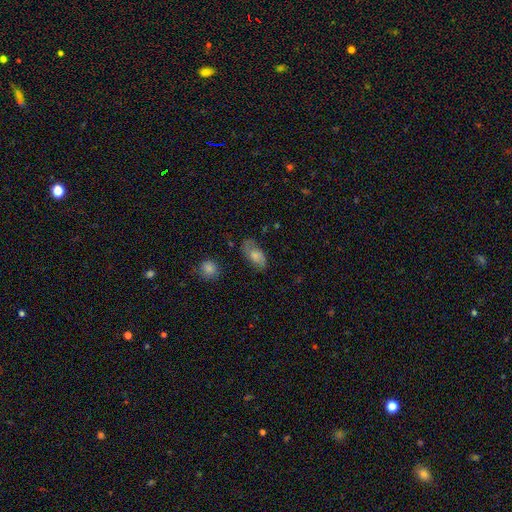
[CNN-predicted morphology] Smooth or featured? smooth (59%)
How rounded? in between (89%)
Merging? none (67%)